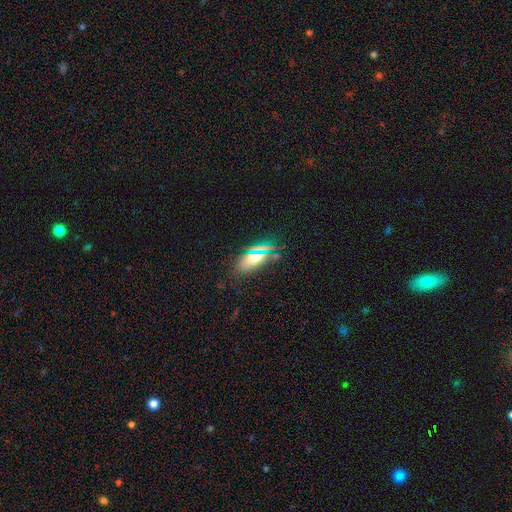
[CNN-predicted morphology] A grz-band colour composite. It shows a smooth galaxy with no disk features (60%) that is in between round and cigar-shaped (78%). Merging: none (74%).